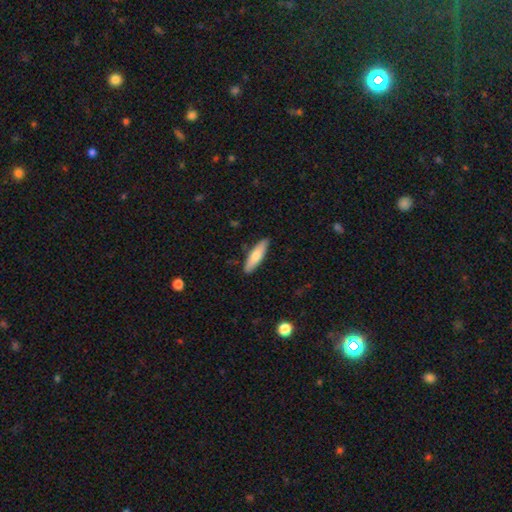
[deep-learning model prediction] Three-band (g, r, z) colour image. It shows a smooth galaxy with no disk features (72%) that is cigar-shaped (62%). Merging: none (89%).